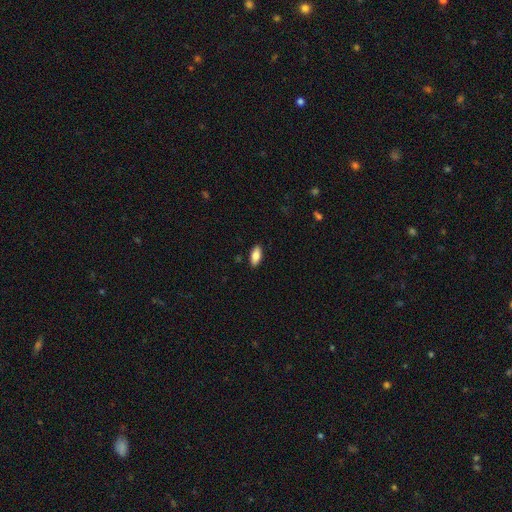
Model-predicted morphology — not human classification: This is clearly a smooth galaxy (84%). How rounded: clearly in between (86%). Merging: clearly none (88%).